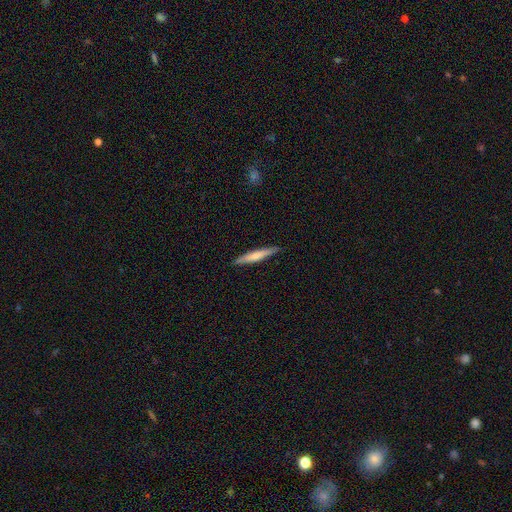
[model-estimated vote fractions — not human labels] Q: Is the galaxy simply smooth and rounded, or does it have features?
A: smooth — 61%.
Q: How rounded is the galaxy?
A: cigar-shaped — 94%.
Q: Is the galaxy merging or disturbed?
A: none — 88%.